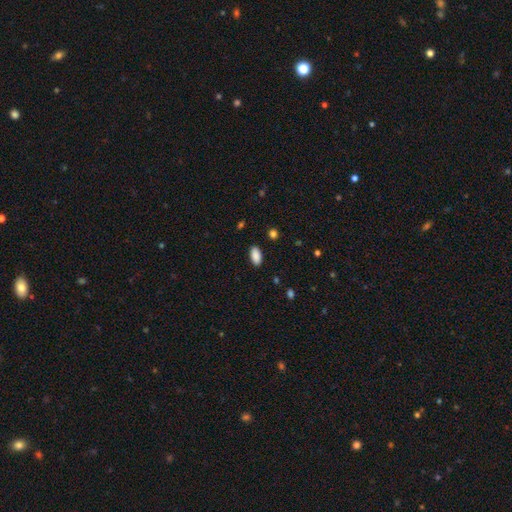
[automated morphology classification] Smooth or featured? Predicted: smooth (p=0.89). How rounded? Predicted: in between (p=0.93). Merging? Predicted: none (p=0.88).